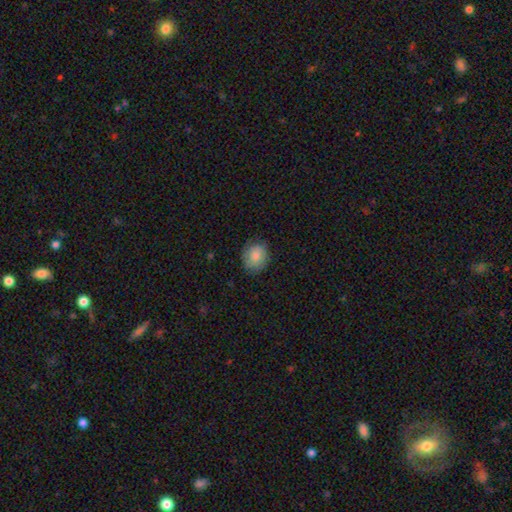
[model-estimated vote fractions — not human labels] Smooth or featured?
  - smooth: 81% *
  - featured or disk: 12%
  - star or artifact: 7%
How rounded?
  - round: 67% *
  - in between: 32%
  - cigar-shaped: 1%
Merging?
  - none: 78% *
  - minor disturbance: 17%
  - major disturbance: 4%
  - merger: 1%